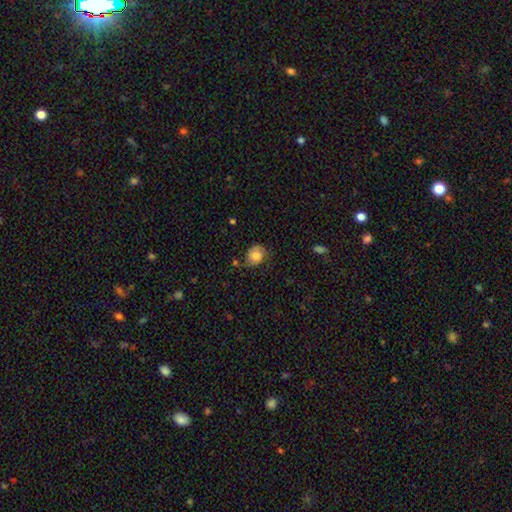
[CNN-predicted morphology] This is likely a smooth galaxy (61%). How rounded: possibly round (59%). Merging: possibly none (58%).